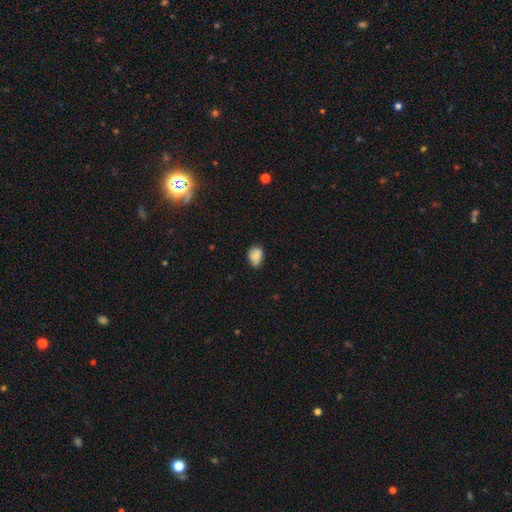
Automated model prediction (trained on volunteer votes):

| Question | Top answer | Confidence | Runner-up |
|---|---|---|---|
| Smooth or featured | smooth | 85% | star or artifact (9%) |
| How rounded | in between | 74% | round (25%) |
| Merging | none | 63% | minor disturbance (31%) |